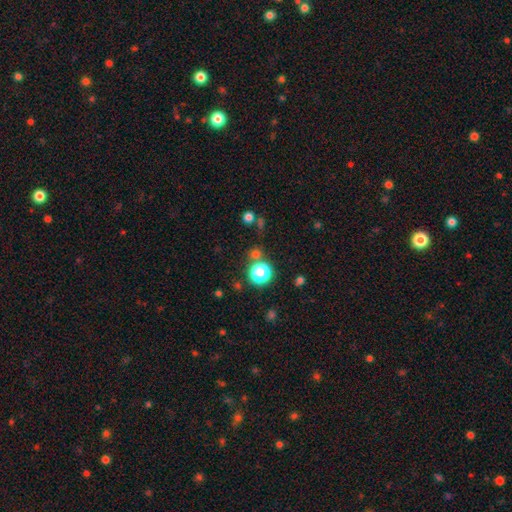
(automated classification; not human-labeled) The model was most divided on "smooth or featured": star or artifact: 48%, smooth: 44%, featured or disk: 7%.